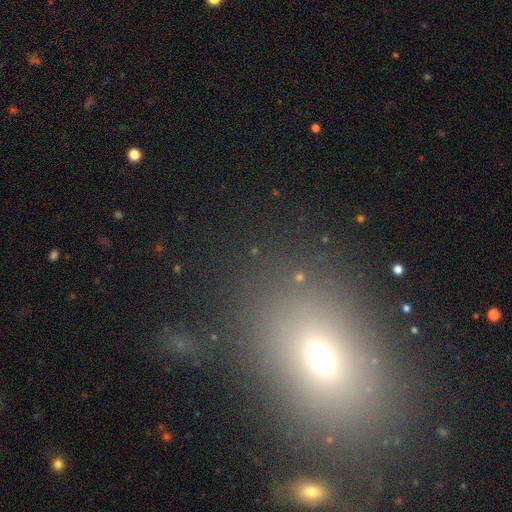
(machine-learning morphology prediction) smooth-or-featured: smooth: 47% | star or artifact: 38% | featured or disk: 15%
  merging: none: 75% | minor disturbance: 11% | major disturbance: 8% | merger: 5%